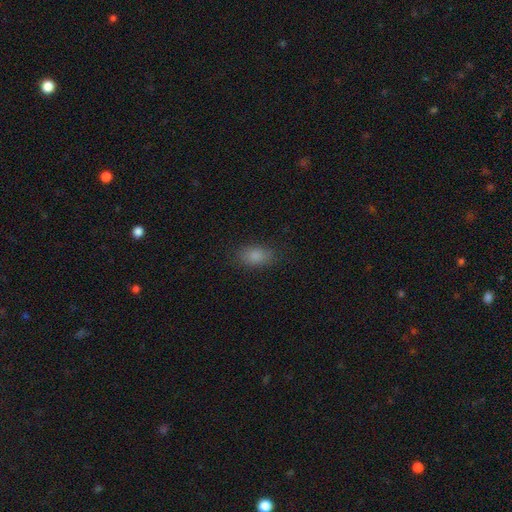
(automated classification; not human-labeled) A smooth galaxy with no disk features (85%) that is in between round and cigar-shaped (88%).

Vote fractions:
- Smooth or featured? smooth: 85% / star or artifact: 10% / featured or disk: 5%
- How rounded? in between: 88% / round: 8% / cigar-shaped: 4%
- Merging? none: 83% / minor disturbance: 13% / major disturbance: 4% / merger: 1%